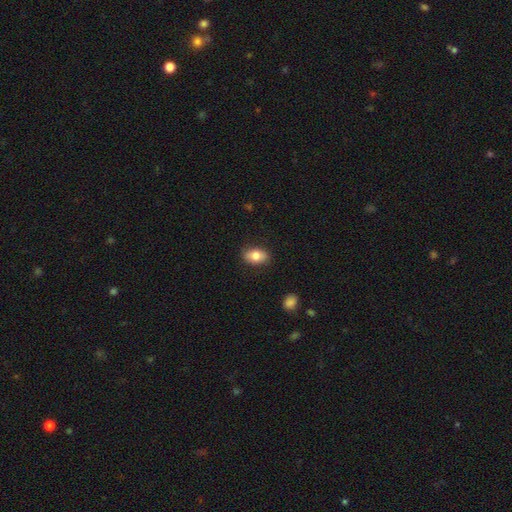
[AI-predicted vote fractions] Q: Smooth or featured?
A: smooth (81%); runner-up: featured or disk (12%)
Q: How rounded?
A: in between (87%); runner-up: round (11%)
Q: Merging?
A: none (86%); runner-up: minor disturbance (11%)